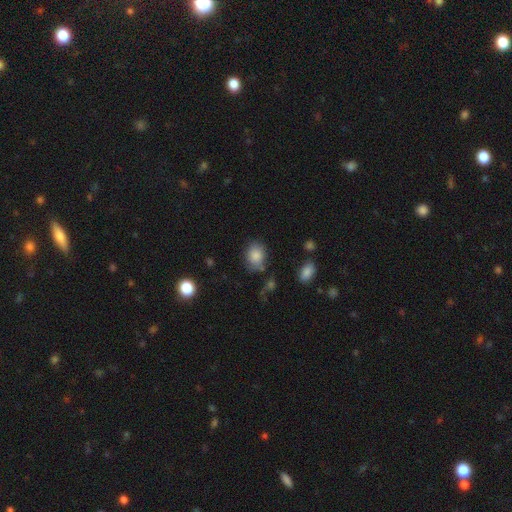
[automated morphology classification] Smooth or featured? smooth (84%)
How rounded? in between (54%)
Merging? none (69%)